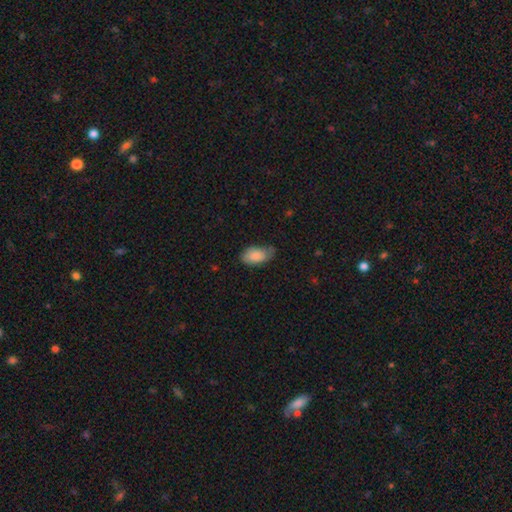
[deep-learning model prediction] A smooth galaxy with no disk features (85%) that is in between round and cigar-shaped (94%). Merging: none (60%).